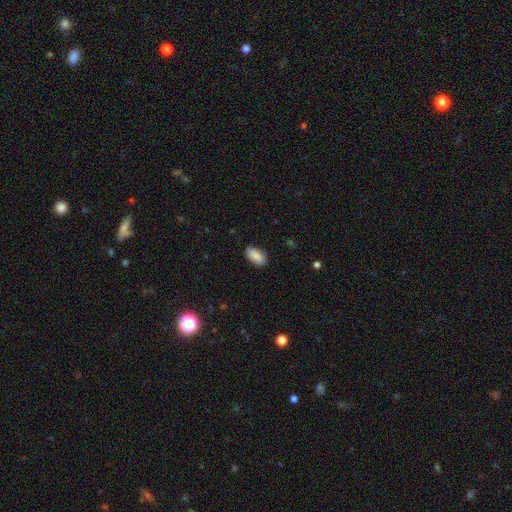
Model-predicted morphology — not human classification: Smooth or featured? Predicted: smooth (p=0.89). How rounded? Predicted: in between (p=0.94). Merging? Predicted: none (p=0.85).